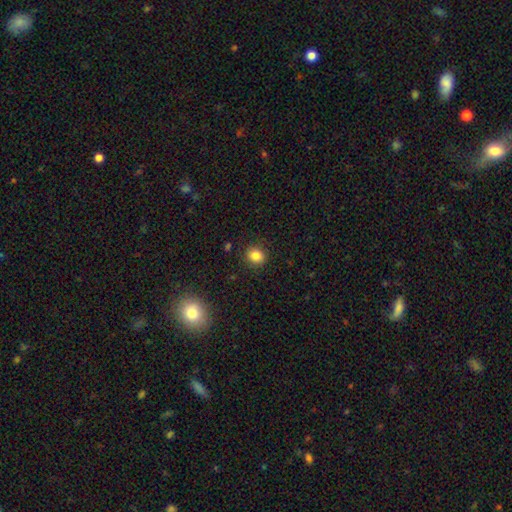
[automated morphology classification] smooth 84%, star or artifact 11%, featured or disk 5%. Down the decision tree: how rounded — round (77%); merging — none (89%).